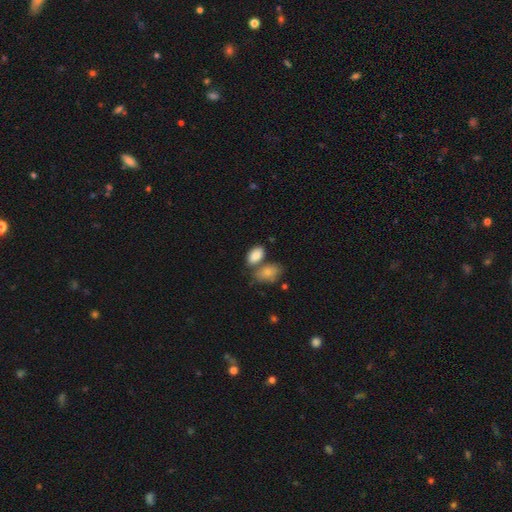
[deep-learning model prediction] Morphology: type=smooth (86%); roundness=in between (92%); merging=none (51%).